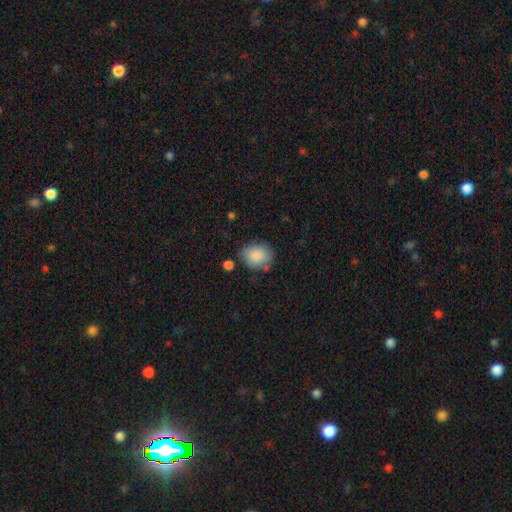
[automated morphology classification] Q: Smooth or featured?
A: smooth (87%); runner-up: star or artifact (7%)
Q: How rounded?
A: round (51%); runner-up: in between (48%)
Q: Merging?
A: none (71%); runner-up: minor disturbance (18%)